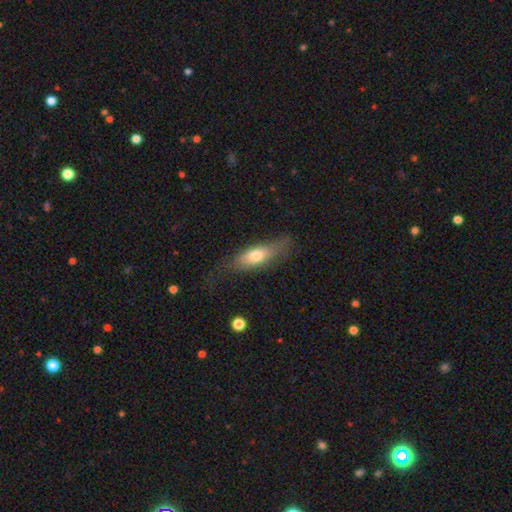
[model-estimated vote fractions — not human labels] Morphology: type=smooth (64%); roundness=in between (58%); merging=none (63%).